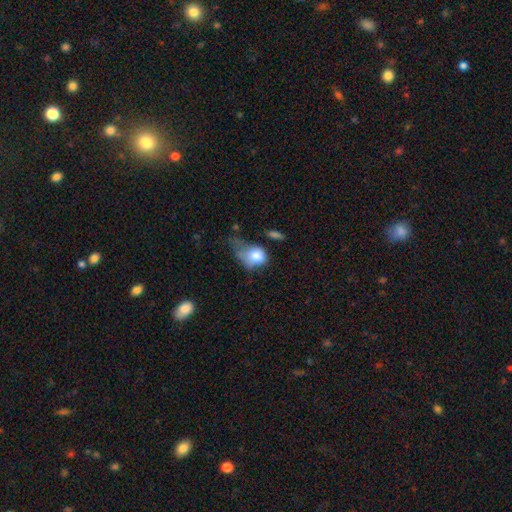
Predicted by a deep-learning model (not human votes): smooth-or-featured: smooth: 75% | featured or disk: 17% | star or artifact: 9%
  how-rounded: in between: 60% | round: 38% | cigar-shaped: 2%
  merging: major disturbance: 45% | minor disturbance: 30% | none: 17% | merger: 8%